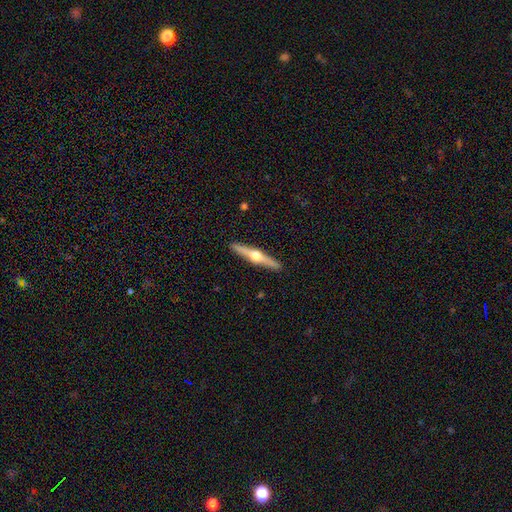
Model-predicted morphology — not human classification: This appears to be a featured or disk galaxy (76%) viewed edge-on (98%) with a rounded central bulge (96%). Merging: none (92%).